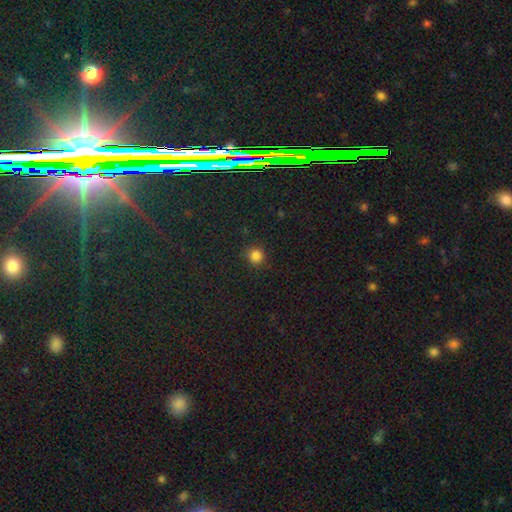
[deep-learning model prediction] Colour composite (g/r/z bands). It shows a smooth galaxy with no disk features (83%) that is round (92%). Merging: none (88%).